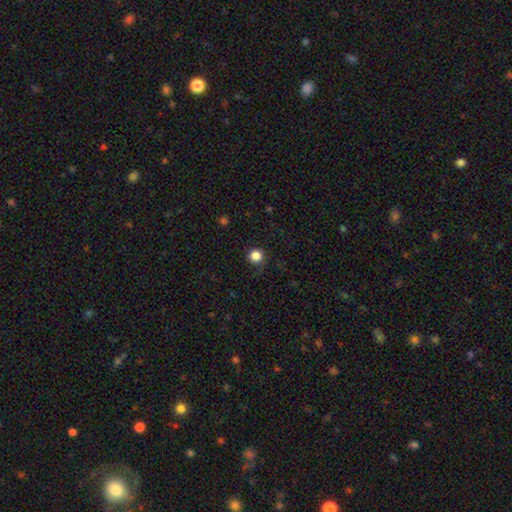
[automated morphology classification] This is clearly a smooth galaxy (85%). How rounded: clearly round (94%). Merging: clearly none (86%).